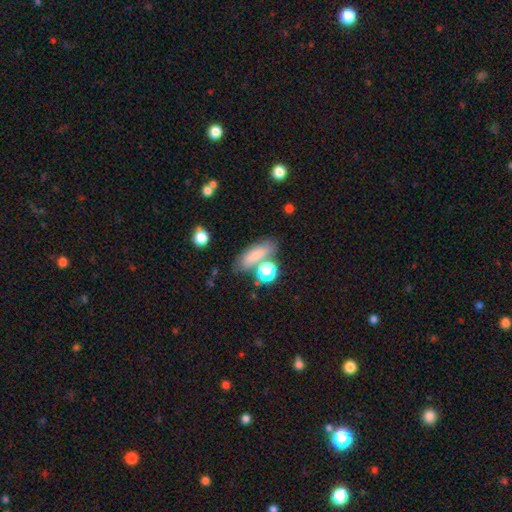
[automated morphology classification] smooth-or-featured: smooth: 75% | featured or disk: 14% | star or artifact: 12%
  how-rounded: in between: 57% | cigar-shaped: 33% | round: 10%
  merging: none: 61% | merger: 16% | minor disturbance: 16% | major disturbance: 7%